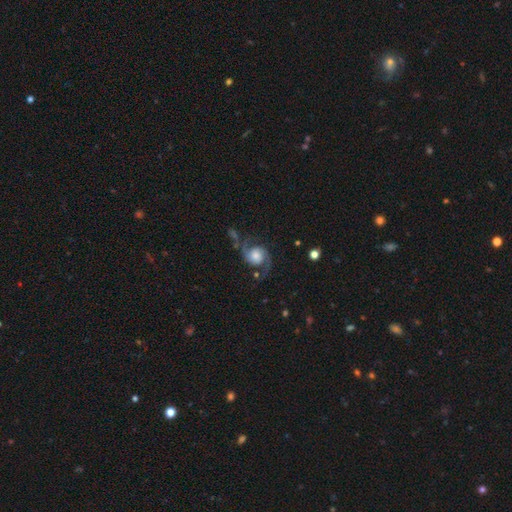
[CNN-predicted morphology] smooth-or-featured: featured or disk: 88% | smooth: 6% | star or artifact: 6%
  disk-edge-on: no: 98% | yes: 2%
    bar: no: 71% | weak: 24% | strong: 6%
    has-spiral-arms: yes: 98% | no: 2%
      spiral-winding: loose: 48% | medium: 42% | tight: 10%
      spiral-arm-count: 2: 94% | 1: 2% | can't tell: 1% | 3: 1% | 4: 1% | more than 4: 1%
    bulge-size: large: 35% | moderate: 31% | small: 16% | dominant: 9% | none: 9%
  merging: none: 71% | minor disturbance: 15% | major disturbance: 10% | merger: 4%